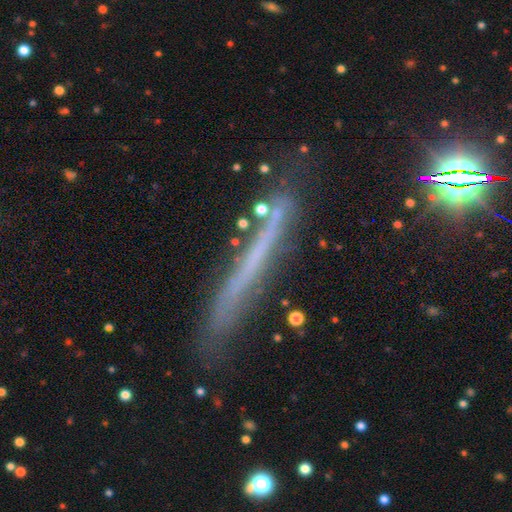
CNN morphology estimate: The model was most divided on "smooth or featured": featured or disk: 52%, smooth: 32%, star or artifact: 15%. More confident: edge-on disk — yes (90%); merging — none (75%).